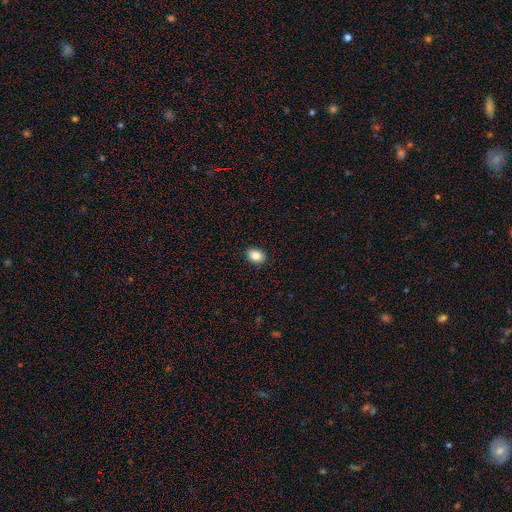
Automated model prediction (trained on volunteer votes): Overall: smooth (85%). How rounded: in between (67%; round 32%). Merging: none (90%).